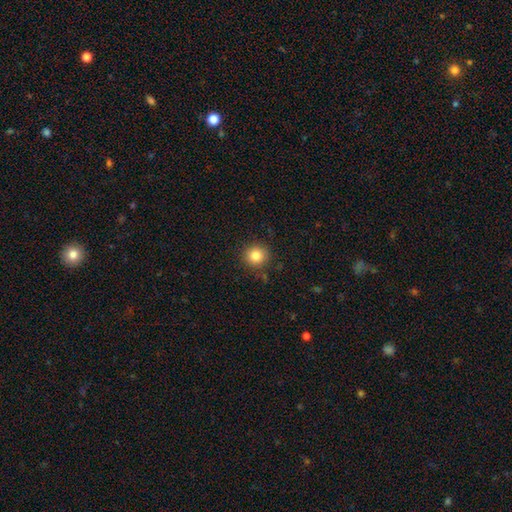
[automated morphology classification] type=smooth (84%); roundness=round (92%); merging=none (88%).